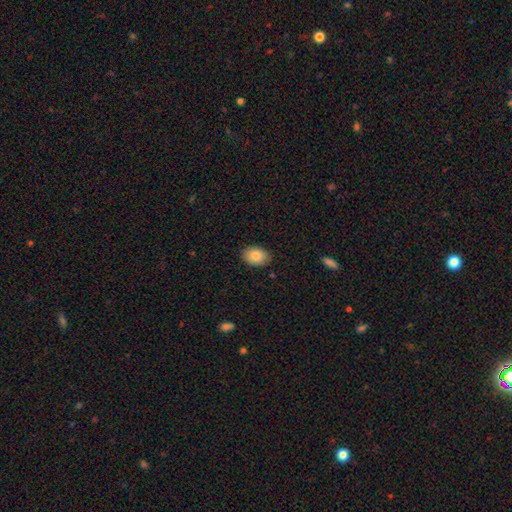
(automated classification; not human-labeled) Smooth or featured? Predicted: smooth (p=0.87). How rounded? Predicted: in between (p=0.82). Merging? Predicted: none (p=0.86).